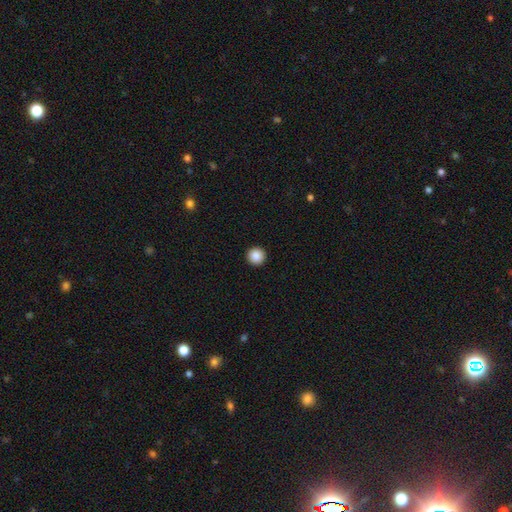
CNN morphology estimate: type=smooth (86%); roundness=round (96%); merging=none (94%).